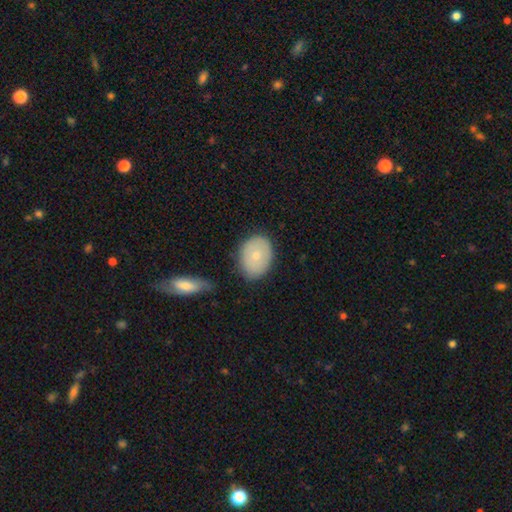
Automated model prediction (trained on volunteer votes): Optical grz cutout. It shows a smooth galaxy with no disk features (73%) that is in between round and cigar-shaped (75%). Merging: none (74%).